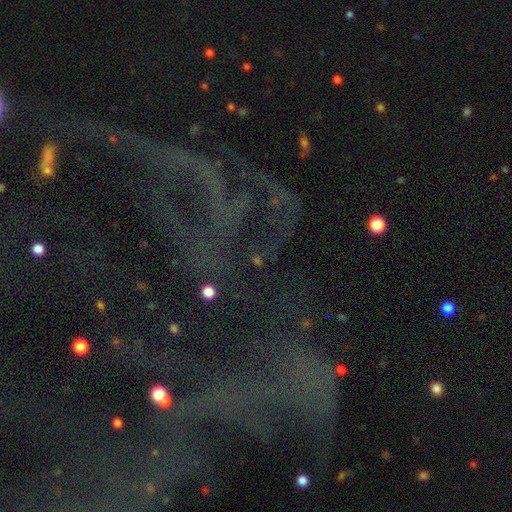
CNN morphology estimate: This appears to be a star or artifact, not a galaxy (69%).